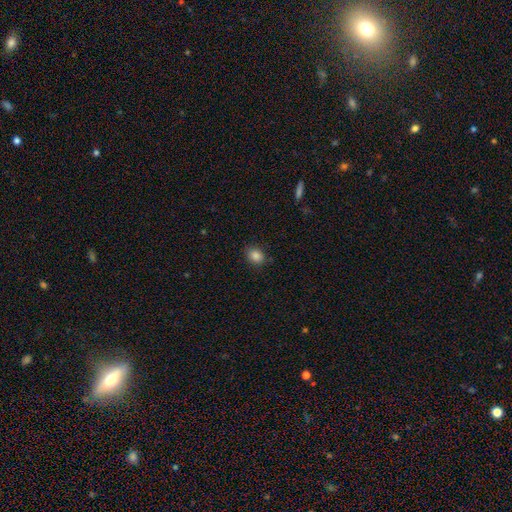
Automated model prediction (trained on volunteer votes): This is clearly a smooth galaxy (85%). How rounded: possibly round (50%). Merging: clearly none (87%).